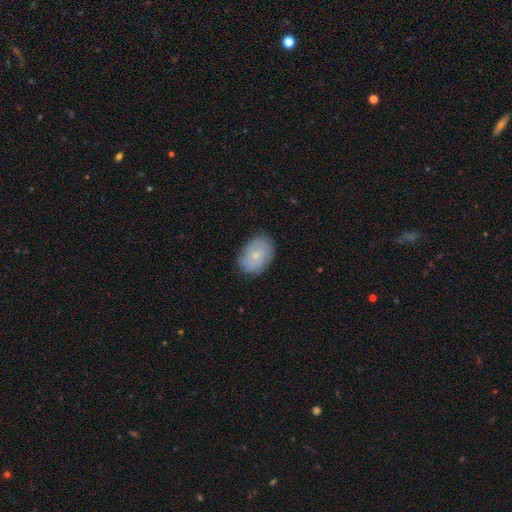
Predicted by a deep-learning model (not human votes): smooth 68%, featured or disk 25%, star or artifact 7%. Down the decision tree: how rounded — in between (81%); merging — none (82%).